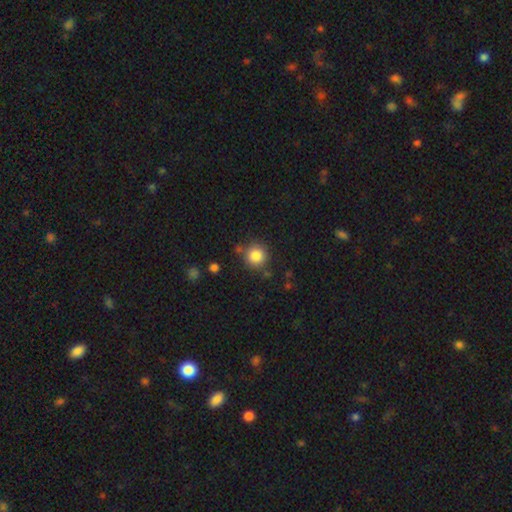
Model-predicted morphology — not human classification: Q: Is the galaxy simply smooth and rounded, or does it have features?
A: smooth — 85%.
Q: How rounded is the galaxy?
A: round — 93%.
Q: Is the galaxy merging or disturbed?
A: none — 82%.